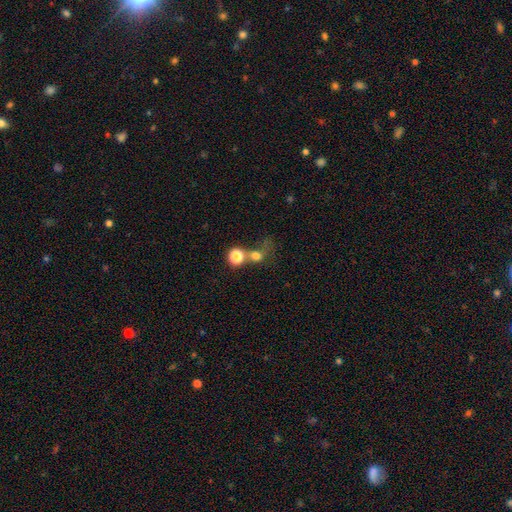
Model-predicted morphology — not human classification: This appears to be a smooth galaxy with no disk features (71%) that is round (77%). Merging: merger (45%).